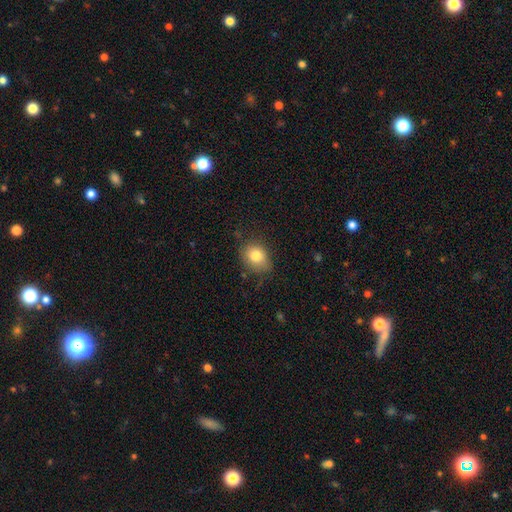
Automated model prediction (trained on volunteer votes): A smooth galaxy with no disk features (79%) that is round (50%).

Vote fractions:
- Smooth or featured? smooth: 79% / featured or disk: 10% / star or artifact: 10%
- How rounded? round: 50% / in between: 49% / cigar-shaped: 1%
- Merging? none: 70% / minor disturbance: 23% / major disturbance: 5% / merger: 2%